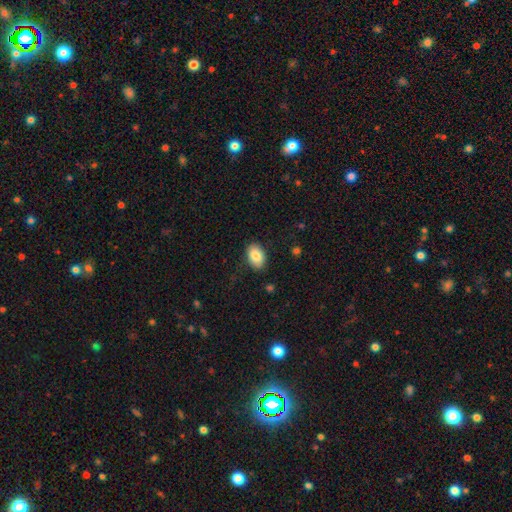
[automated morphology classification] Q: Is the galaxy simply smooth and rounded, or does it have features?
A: smooth — 86%.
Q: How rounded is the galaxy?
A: in between — 90%.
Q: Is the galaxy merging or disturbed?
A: none — 86%.